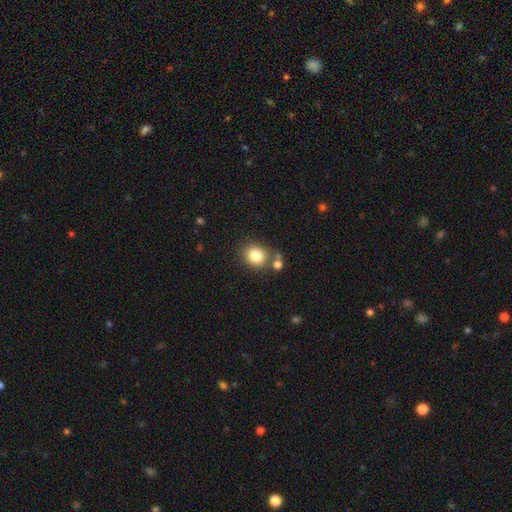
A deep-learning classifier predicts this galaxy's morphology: type=smooth (82%); roundness=round (77%); merging=none (73%).